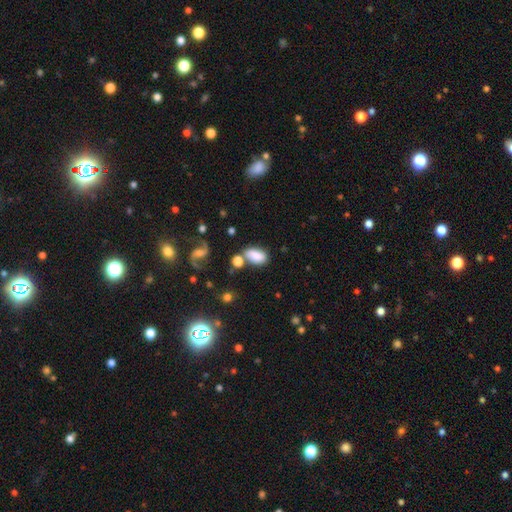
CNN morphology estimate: smooth 77%, featured or disk 14%, star or artifact 9%. Down the decision tree: how rounded — in between (89%); merging — none (56%).